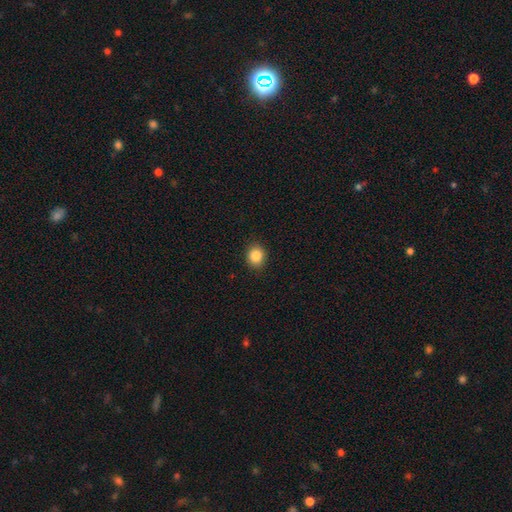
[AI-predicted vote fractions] A smooth galaxy with no disk features (86%) that is round (67%).

Vote fractions:
- Smooth or featured? smooth: 86% / star or artifact: 10% / featured or disk: 5%
- How rounded? round: 67% / in between: 32% / cigar-shaped: 1%
- Merging? none: 89% / minor disturbance: 8% / major disturbance: 2% / merger: 1%